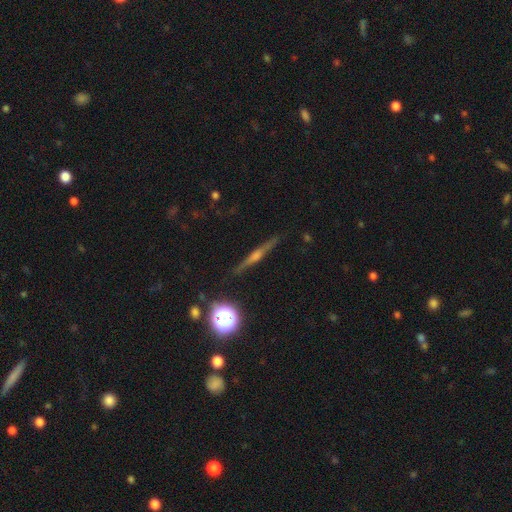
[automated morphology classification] This is likely a featured or disk galaxy (73%). It is clearly viewed edge-on (97%). Edge-on bulge: clearly rounded (81%). Merging: clearly none (90%).